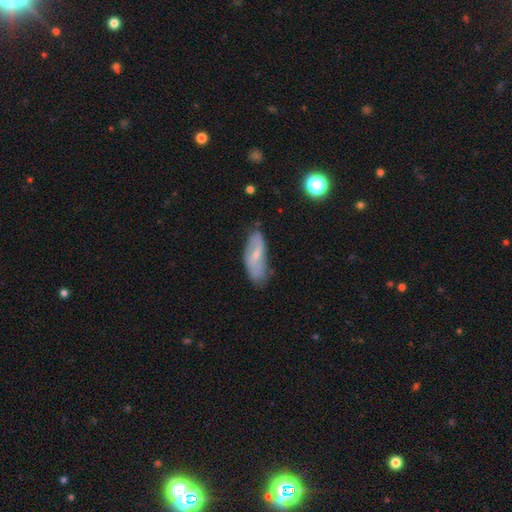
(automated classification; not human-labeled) smooth-or-featured: featured or disk: 49% | smooth: 43% | star or artifact: 8%
  merging: none: 67% | minor disturbance: 25% | major disturbance: 6% | merger: 2%